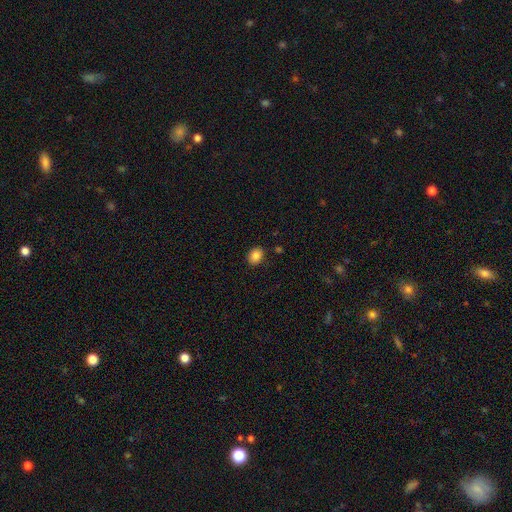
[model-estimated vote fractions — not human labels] This is clearly a smooth galaxy (85%). How rounded: possibly in between (52%). Merging: clearly none (88%).